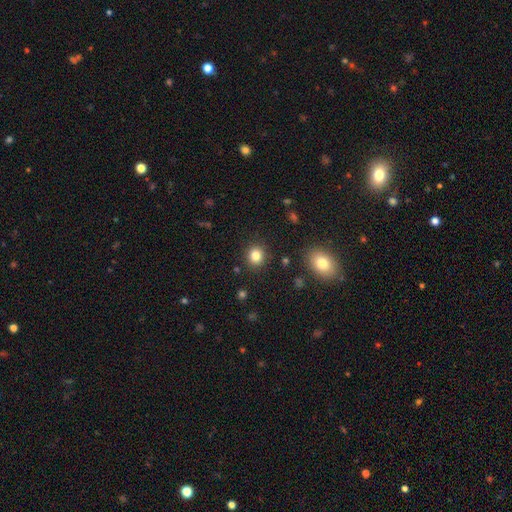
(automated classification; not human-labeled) A smooth galaxy with no disk features (82%) that is round (80%).

Vote fractions:
- Smooth or featured? smooth: 82% / star or artifact: 11% / featured or disk: 6%
- How rounded? round: 80% / in between: 19% / cigar-shaped: 1%
- Merging? none: 90% / minor disturbance: 6% / major disturbance: 2% / merger: 2%